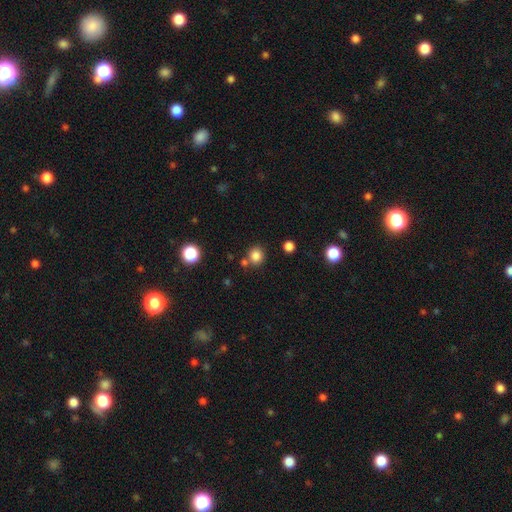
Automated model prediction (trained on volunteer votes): smooth-or-featured: smooth: 82% | star or artifact: 13% | featured or disk: 5%
  how-rounded: round: 85% | in between: 14% | cigar-shaped: 1%
  merging: none: 73% | merger: 14% | minor disturbance: 10% | major disturbance: 3%